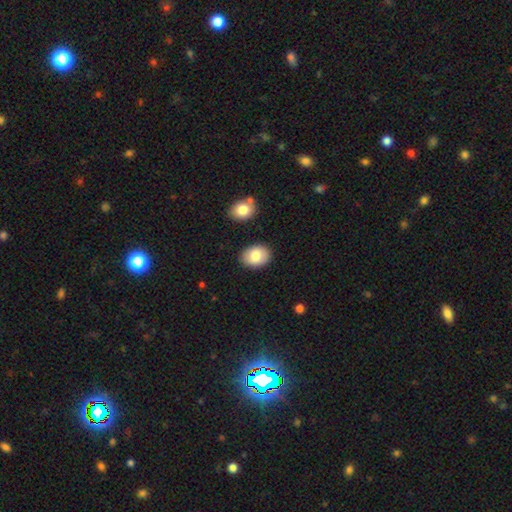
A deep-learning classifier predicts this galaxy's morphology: Q: Smooth or featured?
A: smooth (82%); runner-up: featured or disk (11%)
Q: How rounded?
A: in between (77%); runner-up: round (22%)
Q: Merging?
A: none (86%); runner-up: minor disturbance (9%)